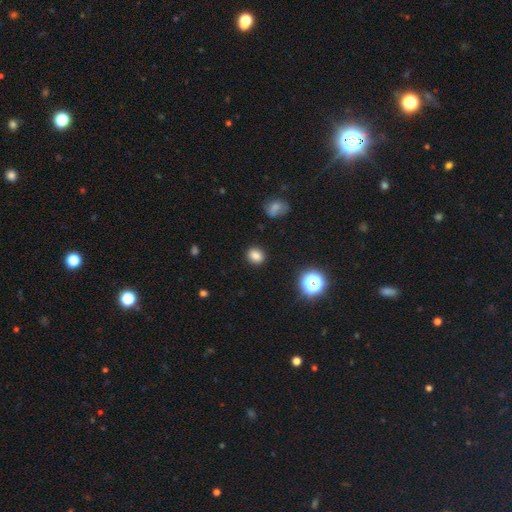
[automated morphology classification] smooth_or_featured: smooth (p=0.82) [alt: star or artifact p=0.13]
how_rounded: round (p=0.66) [alt: in between p=0.33]
merging: none (p=0.89) [alt: minor disturbance p=0.07]